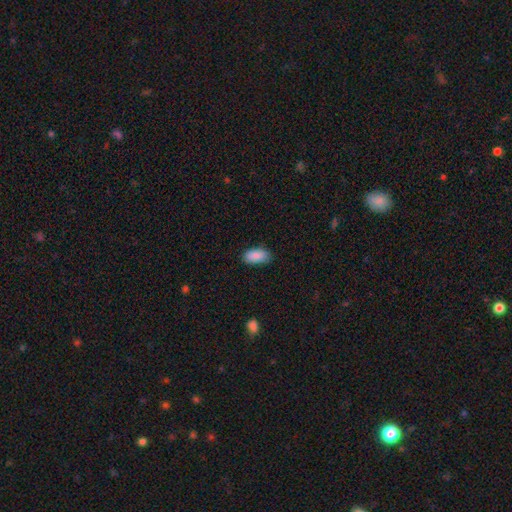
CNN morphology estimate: Smooth or featured?
  - smooth: 88% *
  - star or artifact: 7%
  - featured or disk: 5%
How rounded?
  - in between: 93% *
  - cigar-shaped: 4%
  - round: 3%
Merging?
  - none: 82% *
  - minor disturbance: 14%
  - major disturbance: 3%
  - merger: 1%